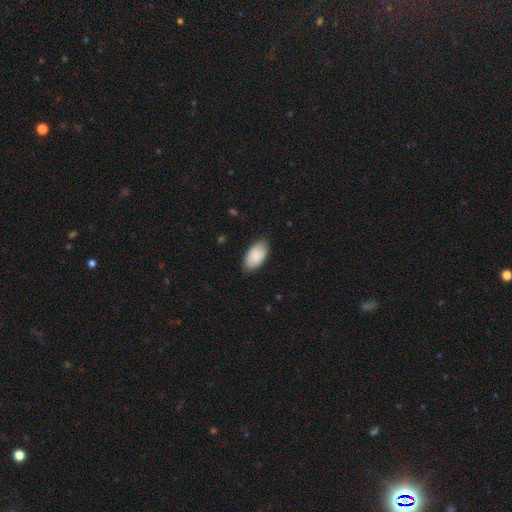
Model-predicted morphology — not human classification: smooth 88%, featured or disk 7%, star or artifact 5%. Down the decision tree: how rounded — in between (96%); merging — none (83%).